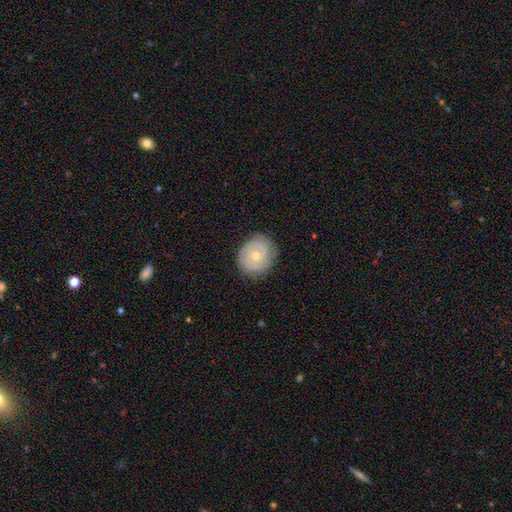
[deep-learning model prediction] Q: Smooth or featured?
A: featured or disk (78%); runner-up: smooth (16%)
Q: Edge-on disk?
A: no (98%); runner-up: yes (2%)
Q: Bar?
A: no (73%); runner-up: weak (23%)
Q: Spiral arms?
A: yes (93%); runner-up: no (7%)
Q: Spiral winding?
A: tight (70%); runner-up: medium (25%)
Q: Spiral arm count?
A: 2 (64%); runner-up: can't tell (15%)
Q: Bulge size?
A: small (51%); runner-up: moderate (46%)
Q: Merging?
A: none (84%); runner-up: minor disturbance (12%)